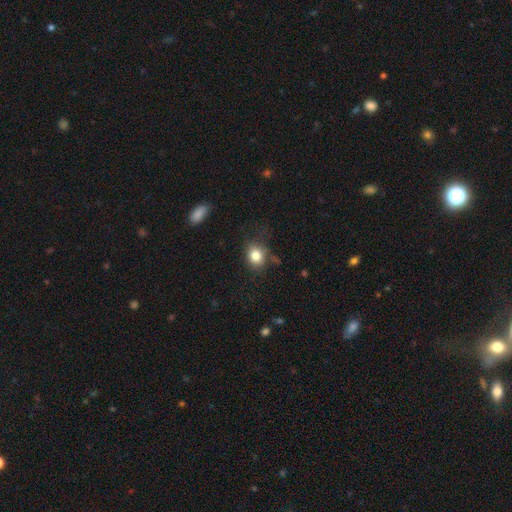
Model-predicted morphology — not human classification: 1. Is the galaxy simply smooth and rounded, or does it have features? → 82% smooth, 10% star or artifact, 7% featured or disk.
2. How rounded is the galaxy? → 59% round, 40% in between, 1% cigar-shaped.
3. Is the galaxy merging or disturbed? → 71% none, 19% minor disturbance, 6% major disturbance, 3% merger.